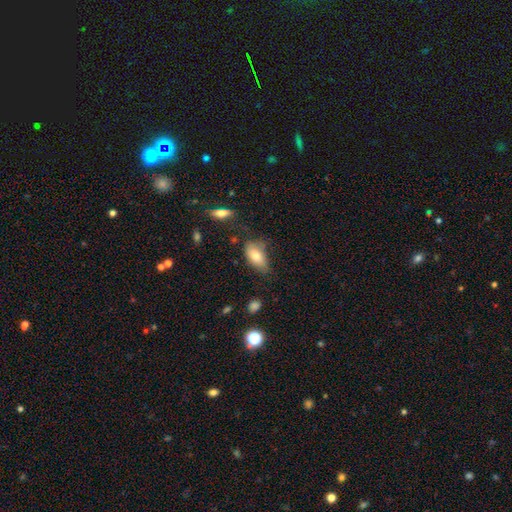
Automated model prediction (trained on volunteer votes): A smooth galaxy with no disk features (76%) that is in between round and cigar-shaped (91%).

Vote fractions:
- Smooth or featured? smooth: 76% / featured or disk: 16% / star or artifact: 8%
- How rounded? in between: 91% / cigar-shaped: 5% / round: 4%
- Merging? none: 46% / minor disturbance: 36% / major disturbance: 13% / merger: 4%